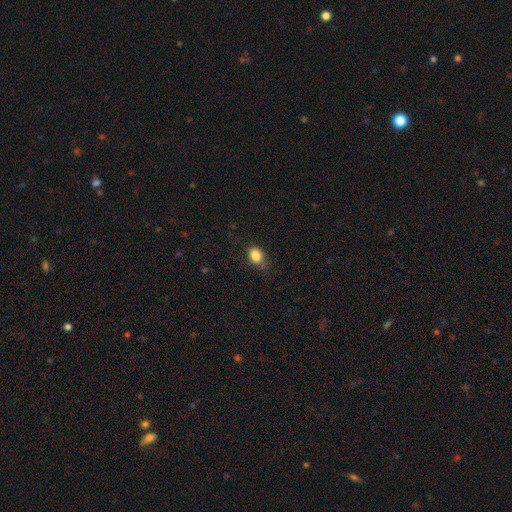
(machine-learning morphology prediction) Smooth or featured? smooth (85%)
How rounded? in between (65%)
Merging? none (68%)